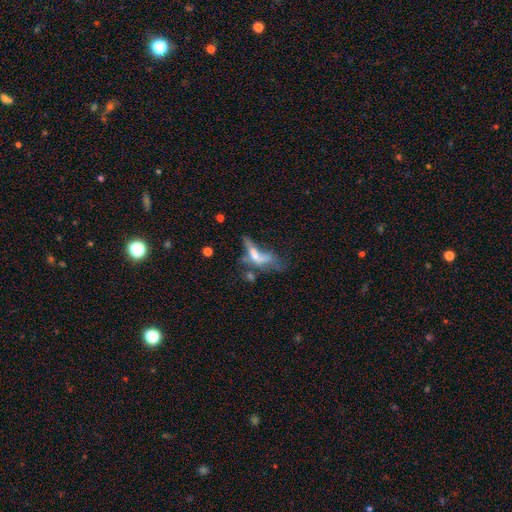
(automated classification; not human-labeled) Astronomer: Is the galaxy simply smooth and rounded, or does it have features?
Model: featured or disk — 47% (runner-up: smooth, 40%).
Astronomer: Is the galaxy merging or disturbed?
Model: major disturbance — 41% (runner-up: merger, 28%).